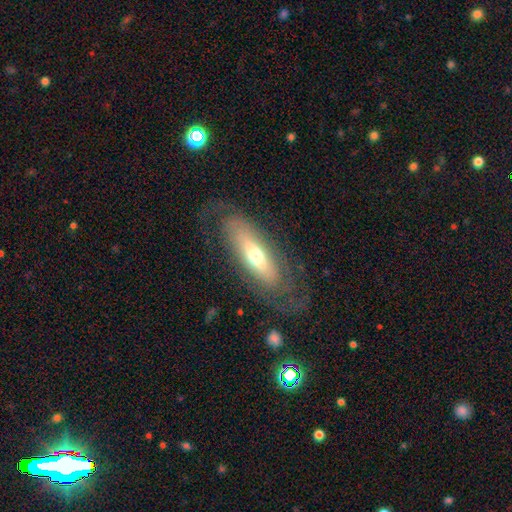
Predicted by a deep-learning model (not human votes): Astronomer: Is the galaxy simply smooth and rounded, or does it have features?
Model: featured or disk — 59% (runner-up: smooth, 35%).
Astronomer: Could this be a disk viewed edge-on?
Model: no — 68%.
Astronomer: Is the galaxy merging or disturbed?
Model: none — 68%.